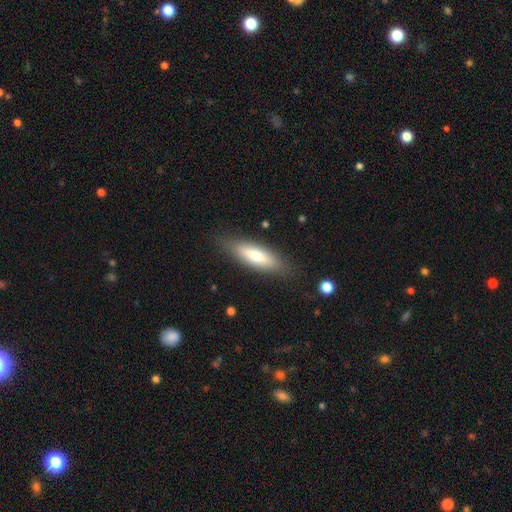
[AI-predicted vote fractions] Morphology: type=smooth (68%); roundness=cigar-shaped (53%); merging=none (84%).